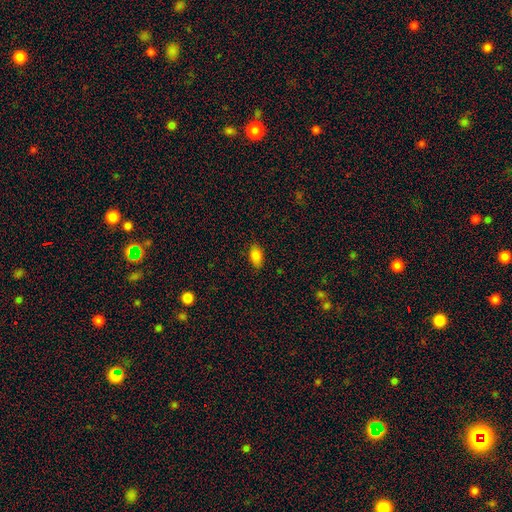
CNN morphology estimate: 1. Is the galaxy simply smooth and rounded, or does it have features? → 84% smooth, 10% star or artifact, 6% featured or disk.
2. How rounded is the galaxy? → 90% in between, 7% round, 3% cigar-shaped.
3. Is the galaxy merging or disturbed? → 84% none, 13% minor disturbance, 3% major disturbance, 1% merger.